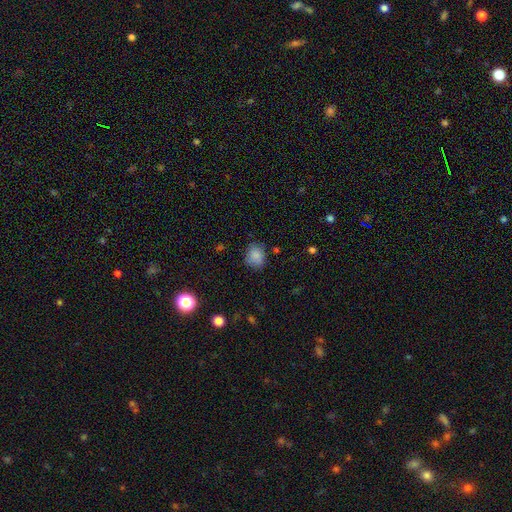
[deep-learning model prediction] A smooth galaxy with no disk features (84%) that is round (60%). Merging: none (75%).